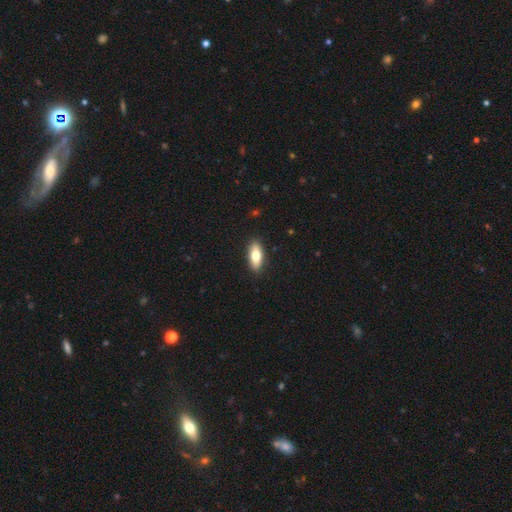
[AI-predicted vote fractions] Overall: smooth (71%). How rounded: in between (75%). Merging: none (89%).